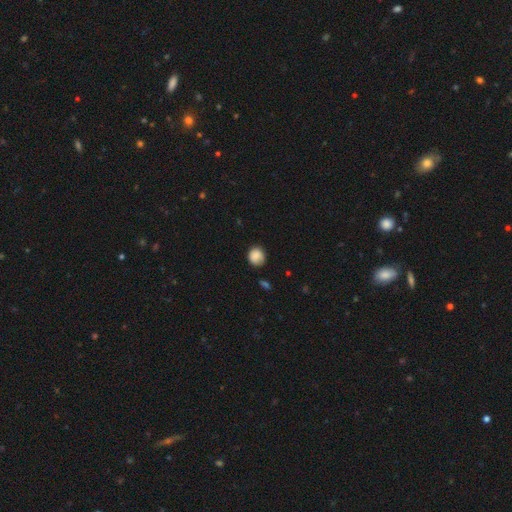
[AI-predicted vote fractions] A smooth galaxy with no disk features (86%) that is round (83%).

Vote fractions:
- Smooth or featured? smooth: 86% / star or artifact: 8% / featured or disk: 6%
- How rounded? round: 83% / in between: 16% / cigar-shaped: 1%
- Merging? none: 78% / minor disturbance: 18% / major disturbance: 3% / merger: 2%